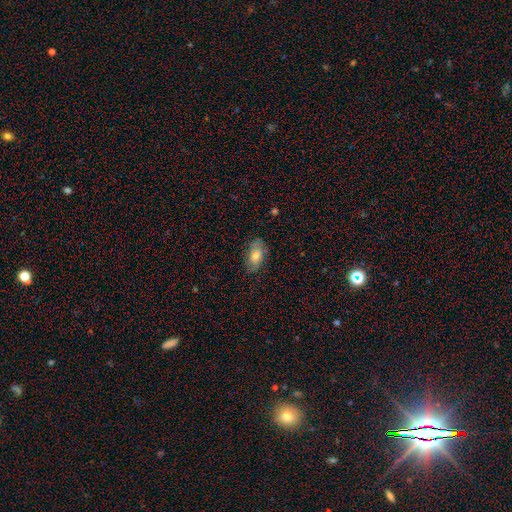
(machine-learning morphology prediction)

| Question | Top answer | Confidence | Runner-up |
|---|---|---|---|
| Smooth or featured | smooth | 68% | featured or disk (24%) |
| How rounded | in between | 91% | round (5%) |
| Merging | none | 80% | minor disturbance (16%) |